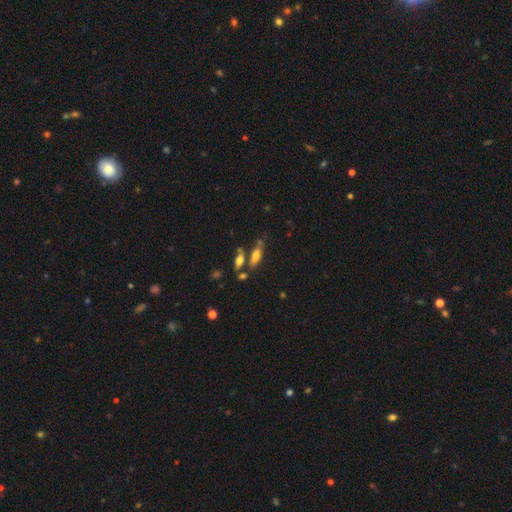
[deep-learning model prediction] Morphology: type=smooth (61%); roundness=in between (55%); merging=none (60%).